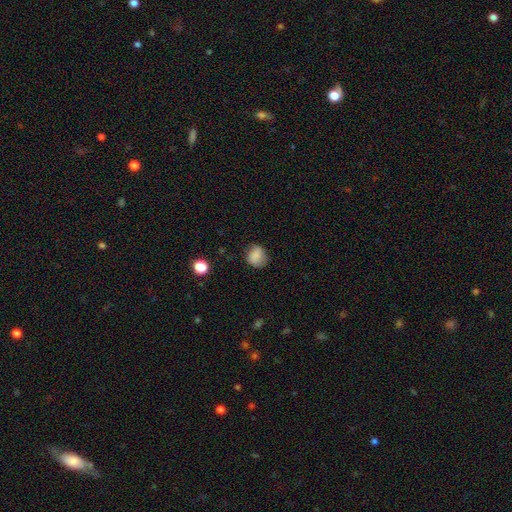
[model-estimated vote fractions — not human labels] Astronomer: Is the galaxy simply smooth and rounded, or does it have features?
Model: smooth — 83%.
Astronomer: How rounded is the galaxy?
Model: round — 76%.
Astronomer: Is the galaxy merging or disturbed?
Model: none — 75%.